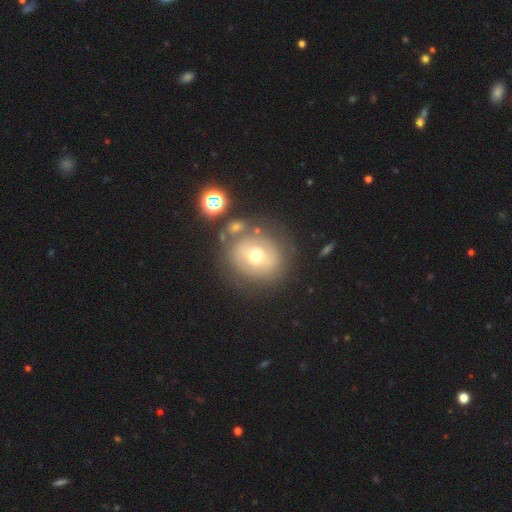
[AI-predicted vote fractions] smooth_or_featured: smooth (p=0.50) [alt: featured or disk p=0.38]
how_rounded: round (p=0.77) [alt: in between p=0.22]
merging: none (p=0.70) [alt: minor disturbance p=0.13]